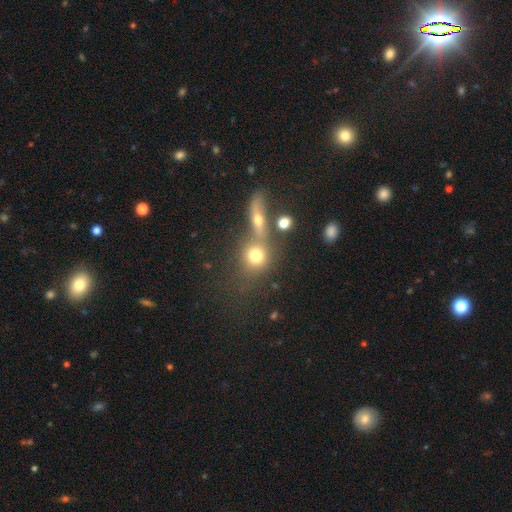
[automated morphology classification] Overall: smooth (73%). How rounded: round (77%). Merging: none (52%; merger 32%).